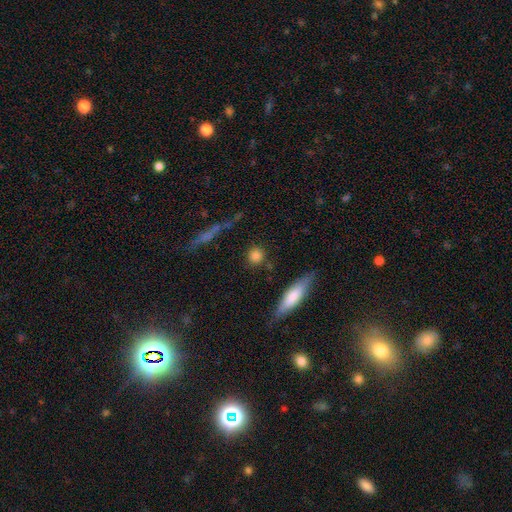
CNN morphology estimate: Q: Smooth or featured?
A: smooth (83%); runner-up: star or artifact (9%)
Q: How rounded?
A: round (84%); runner-up: in between (10%)
Q: Merging?
A: none (83%); runner-up: minor disturbance (9%)